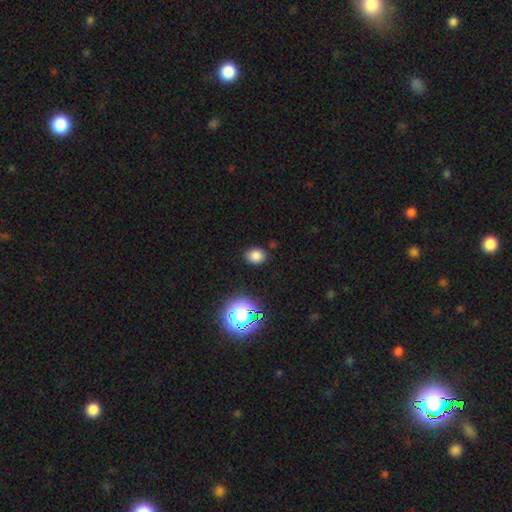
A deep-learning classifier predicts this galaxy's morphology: Smooth or featured? smooth (79%)
How rounded? round (58%)
Merging? none (87%)